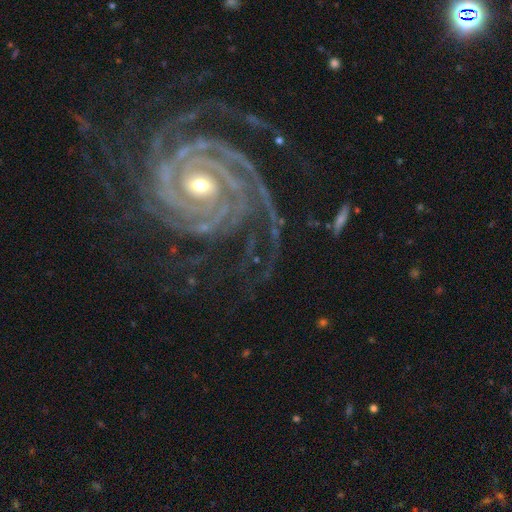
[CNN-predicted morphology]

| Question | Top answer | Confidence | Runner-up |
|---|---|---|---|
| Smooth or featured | featured or disk | 92% | star or artifact (6%) |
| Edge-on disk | no | 98% | yes (2%) |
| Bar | no | 42% | strong (29%) |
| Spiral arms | yes | 99% | no (1%) |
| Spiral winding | tight | 81% | medium (16%) |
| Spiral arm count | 3 | 24% | 4 (23%) |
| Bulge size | moderate | 53% | small (43%) |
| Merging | none | 71% | minor disturbance (16%) |